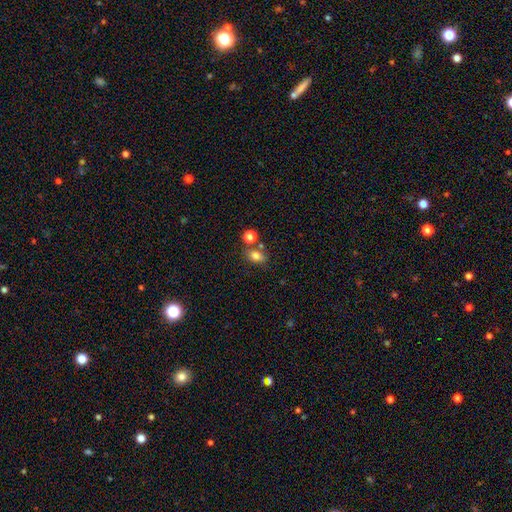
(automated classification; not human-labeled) smooth 78%, star or artifact 13%, featured or disk 9%. Down the decision tree: how rounded — in between (68%); merging — none (62%).